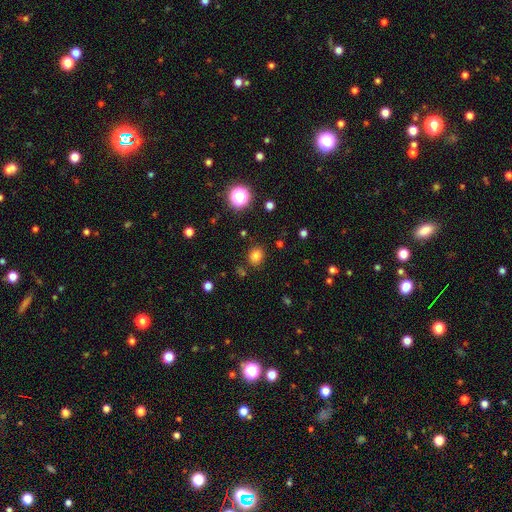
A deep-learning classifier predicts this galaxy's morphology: A smooth galaxy with no disk features (78%) that is round (64%).

Vote fractions:
- Smooth or featured? smooth: 78% / star or artifact: 17% / featured or disk: 5%
- How rounded? round: 64% / in between: 35% / cigar-shaped: 1%
- Merging? none: 84% / minor disturbance: 10% / major disturbance: 3% / merger: 3%